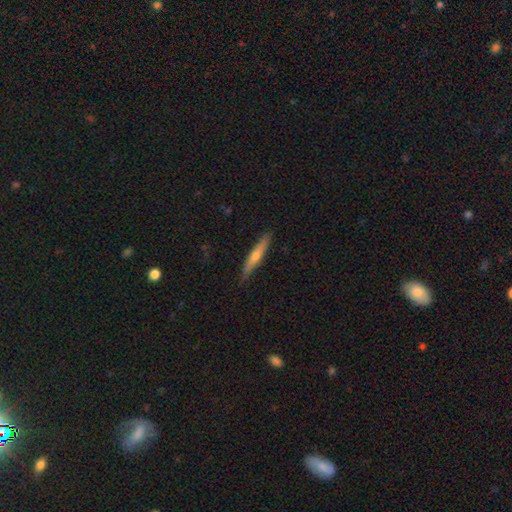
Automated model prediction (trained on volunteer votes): smooth-or-featured: featured or disk: 50% | smooth: 44% | star or artifact: 6%
  disk-edge-on: yes: 95% | no: 5%
  merging: none: 87% | minor disturbance: 11% | major disturbance: 2% | merger: 1%